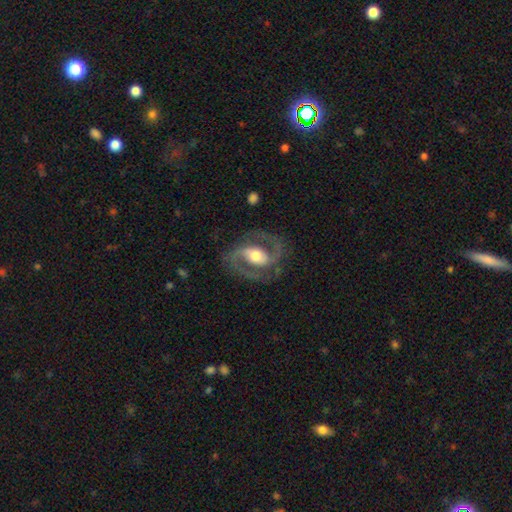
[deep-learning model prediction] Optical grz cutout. It shows a featured or disk galaxy (89%) with a weak bar (39%), 2 (93%) medium (62%) spiral arms (95%) and a moderate central bulge (66%). Merging: none (80%).